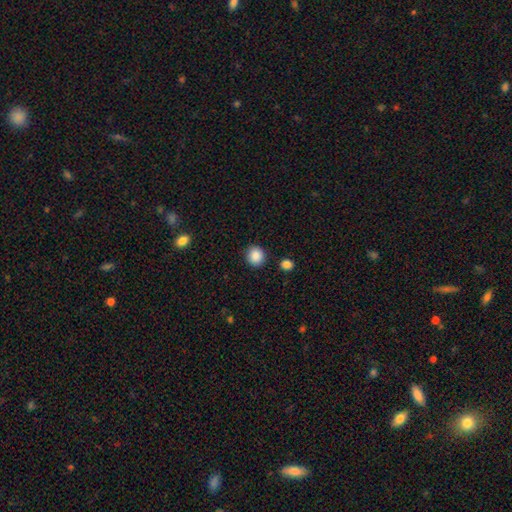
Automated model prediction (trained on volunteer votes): This appears to be a smooth galaxy with no disk features (88%) that is round (84%). Merging: none (88%).